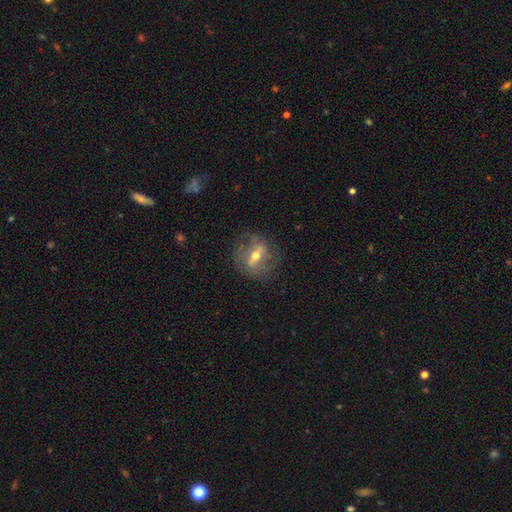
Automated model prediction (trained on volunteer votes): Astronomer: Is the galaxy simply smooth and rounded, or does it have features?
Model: featured or disk — 72%.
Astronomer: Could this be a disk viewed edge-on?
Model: no — 80%.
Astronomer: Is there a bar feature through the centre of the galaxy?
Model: strong — 54% (runner-up: weak, 31%).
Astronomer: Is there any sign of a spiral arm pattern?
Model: yes — 55% (runner-up: no, 45%).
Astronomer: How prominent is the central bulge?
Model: moderate — 63%.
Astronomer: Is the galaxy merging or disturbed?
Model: none — 70%.